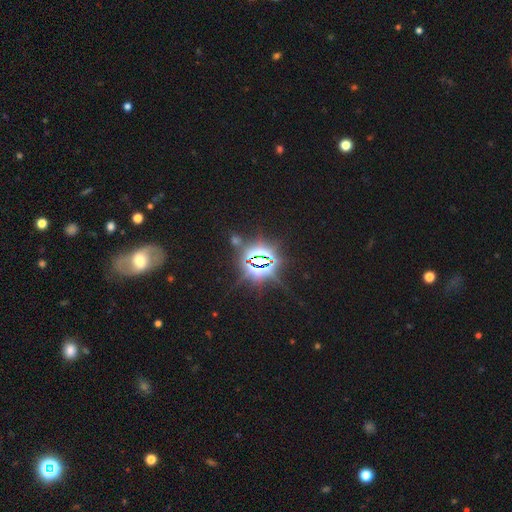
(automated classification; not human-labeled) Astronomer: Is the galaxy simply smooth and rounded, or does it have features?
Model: star or artifact — 71%.